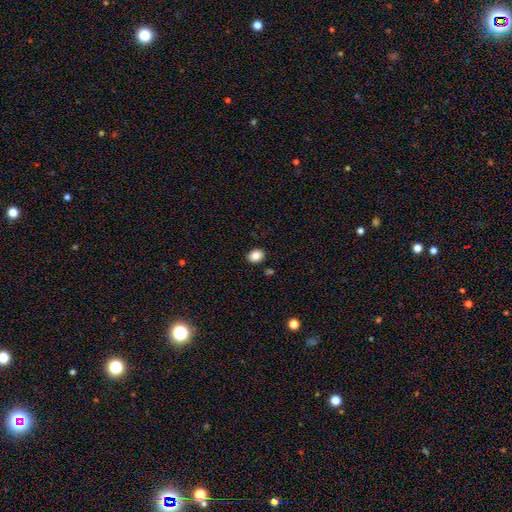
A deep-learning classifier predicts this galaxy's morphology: A smooth galaxy with no disk features (85%) that is in between round and cigar-shaped (53%). Merging: none (87%).